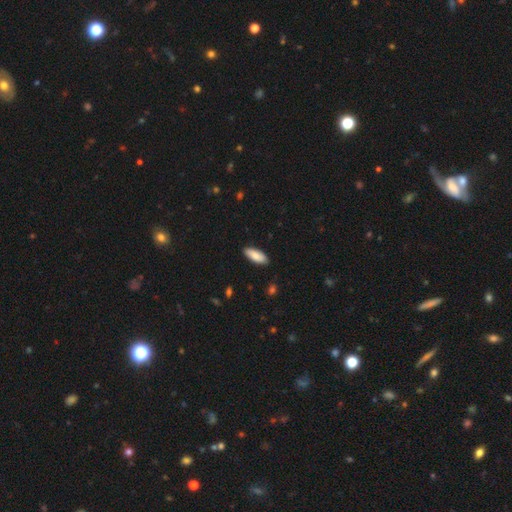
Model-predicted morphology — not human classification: The model was most divided on "how rounded": in between: 79%, cigar-shaped: 19%, round: 2%. More confident: merging — none (88%); smooth or featured — smooth (84%).